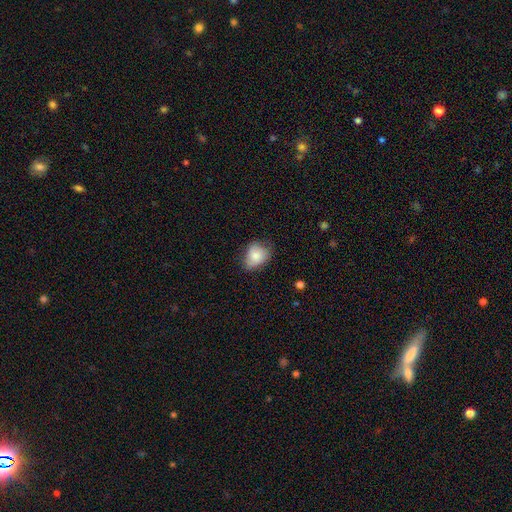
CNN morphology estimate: smooth_or_featured: smooth (p=0.80) [alt: featured or disk p=0.12]
how_rounded: in between (p=0.61) [alt: round p=0.37]
merging: none (p=0.52) [alt: minor disturbance p=0.37]